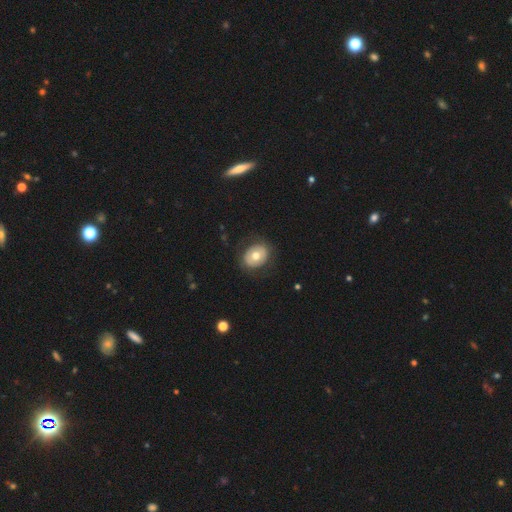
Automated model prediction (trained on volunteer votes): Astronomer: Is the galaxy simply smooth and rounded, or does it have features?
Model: smooth — 62%.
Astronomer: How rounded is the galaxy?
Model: round — 51% (runner-up: in between, 48%).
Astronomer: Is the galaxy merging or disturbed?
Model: none — 81%.